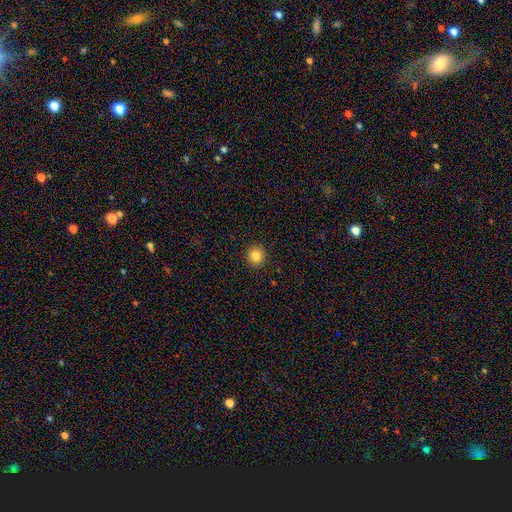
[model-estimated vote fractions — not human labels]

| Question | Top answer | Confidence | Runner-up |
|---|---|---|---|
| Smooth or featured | smooth | 83% | star or artifact (11%) |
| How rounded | round | 90% | in between (9%) |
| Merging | none | 92% | minor disturbance (6%) |